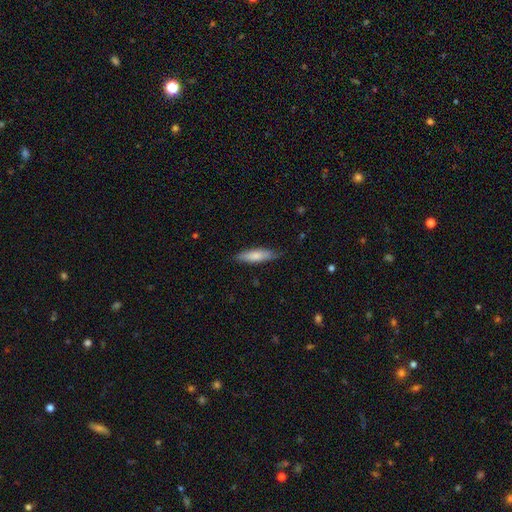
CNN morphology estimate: Smooth or featured? smooth (76%)
How rounded? cigar-shaped (66%)
Merging? none (81%)